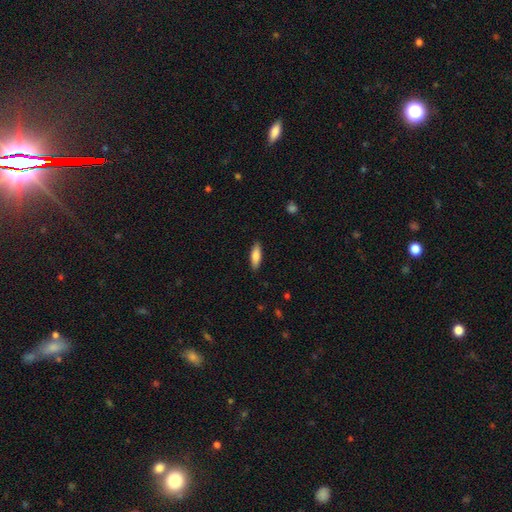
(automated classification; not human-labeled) Overall: smooth (80%). How rounded: in between (54%; cigar-shaped 44%). Merging: none (89%).